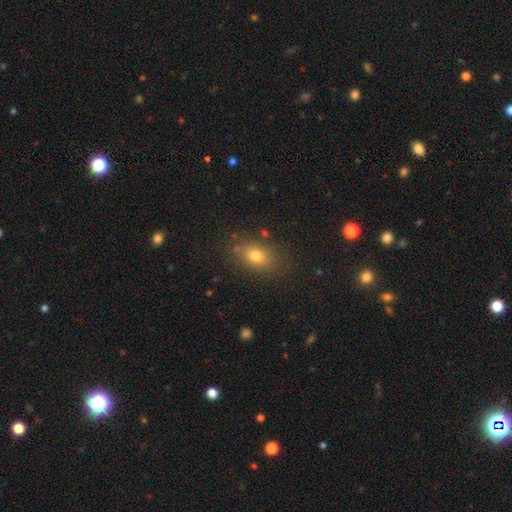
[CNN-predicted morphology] A smooth galaxy with no disk features (76%) that is in between round and cigar-shaped (72%). Merging: none (80%).